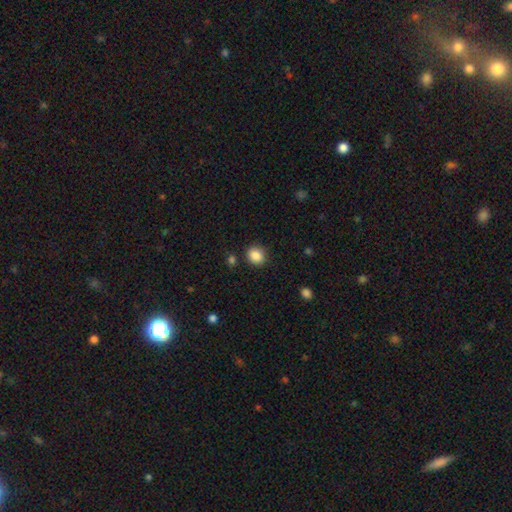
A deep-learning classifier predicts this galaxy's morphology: This appears to be a smooth galaxy with no disk features (87%) that is round (70%). Merging: none (87%).